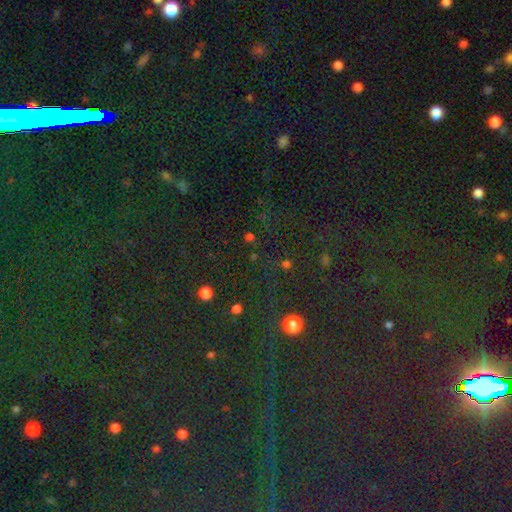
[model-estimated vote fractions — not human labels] Smooth or featured? Predicted: star or artifact (p=0.82).